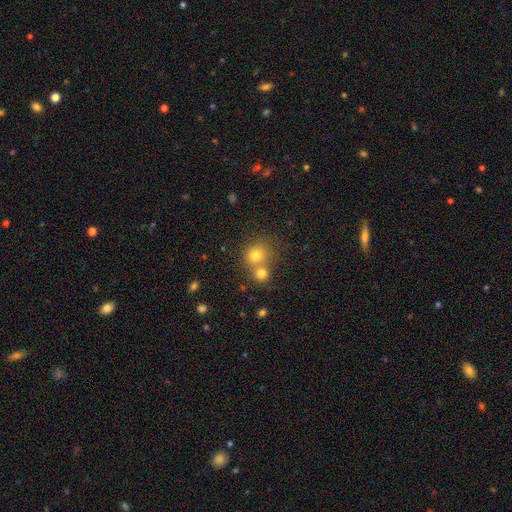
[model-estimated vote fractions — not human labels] Smooth or featured? Predicted: smooth (p=0.76). How rounded? Predicted: round (p=0.82). Merging? Predicted: none (p=0.45, tied with merger).